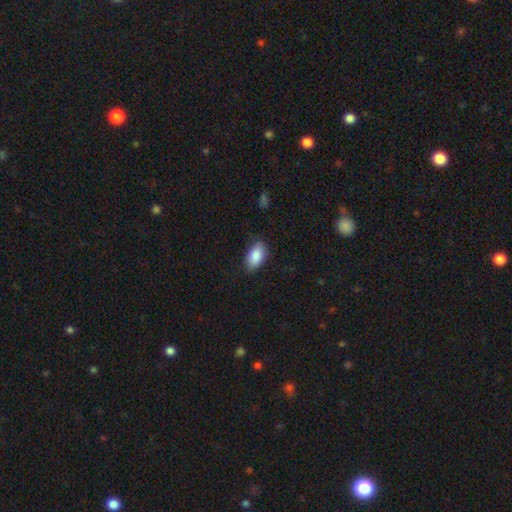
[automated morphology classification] smooth 88%, star or artifact 7%, featured or disk 6%. Down the decision tree: how rounded — in between (93%); merging — none (81%).